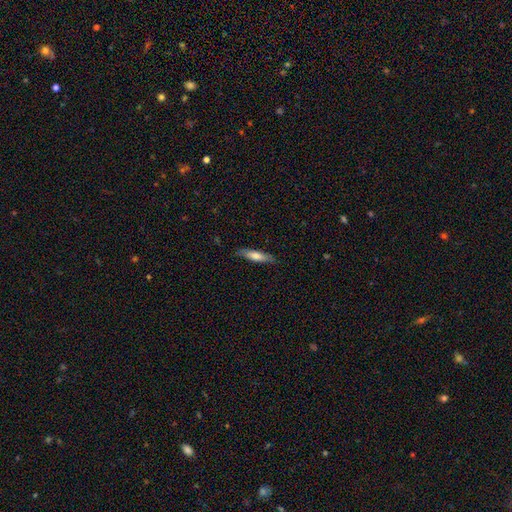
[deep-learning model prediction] A smooth galaxy with no disk features (69%) that is cigar-shaped (76%).

Vote fractions:
- Smooth or featured? smooth: 69% / featured or disk: 26% / star or artifact: 6%
- How rounded? cigar-shaped: 76% / in between: 22% / round: 1%
- Merging? none: 84% / minor disturbance: 12% / major disturbance: 2% / merger: 1%